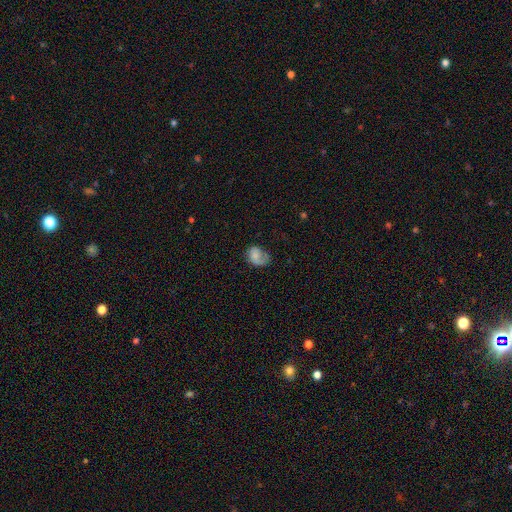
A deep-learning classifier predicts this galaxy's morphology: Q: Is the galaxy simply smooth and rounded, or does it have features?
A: smooth — 59%.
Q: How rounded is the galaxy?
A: in between — 67%.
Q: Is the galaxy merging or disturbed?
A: none — 42%.